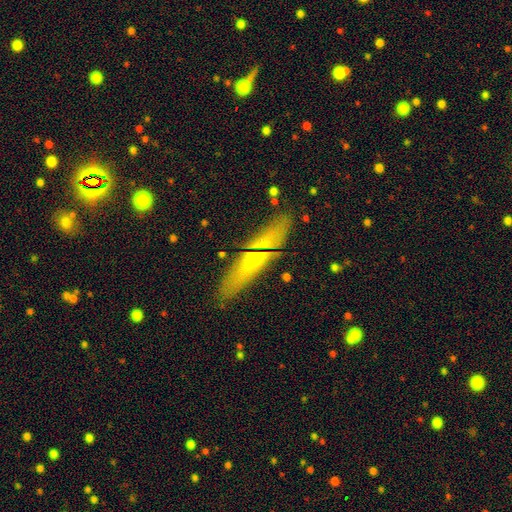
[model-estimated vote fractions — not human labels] Q: Smooth or featured?
A: smooth (49%); runner-up: featured or disk (37%)
Q: Merging?
A: none (85%); runner-up: minor disturbance (11%)